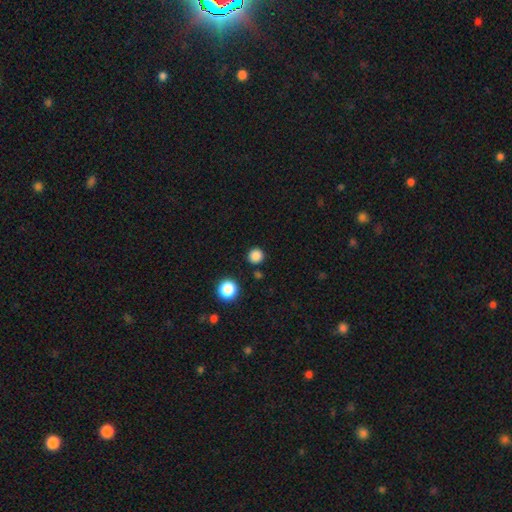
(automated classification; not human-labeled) smooth 84%, star or artifact 14%, featured or disk 3%. Down the decision tree: how rounded — round (95%); merging — none (89%).